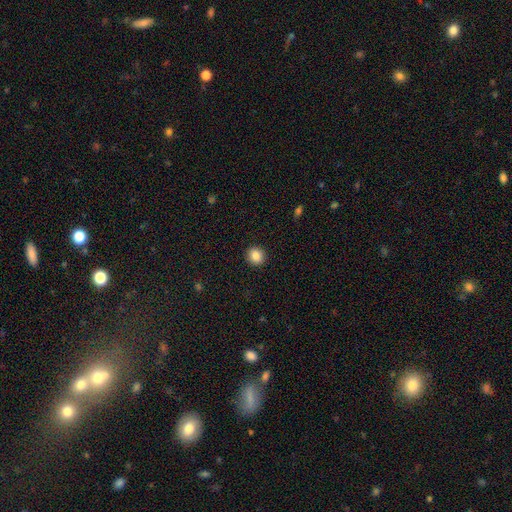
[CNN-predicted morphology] Smooth or featured?
  - smooth: 86% *
  - star or artifact: 9%
  - featured or disk: 4%
How rounded?
  - round: 85% *
  - in between: 14%
  - cigar-shaped: 1%
Merging?
  - none: 92% *
  - minor disturbance: 5%
  - major disturbance: 2%
  - merger: 1%